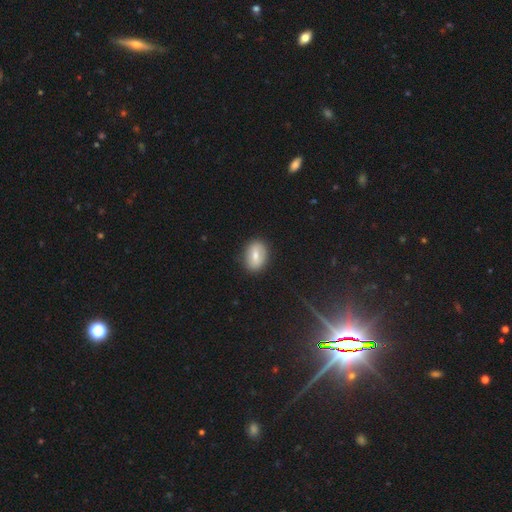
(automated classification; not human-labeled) A smooth galaxy with no disk features (67%) that is in between round and cigar-shaped (78%).

Vote fractions:
- Smooth or featured? smooth: 67% / featured or disk: 25% / star or artifact: 8%
- How rounded? in between: 78% / round: 20% / cigar-shaped: 2%
- Merging? none: 86% / minor disturbance: 10% / major disturbance: 3% / merger: 1%